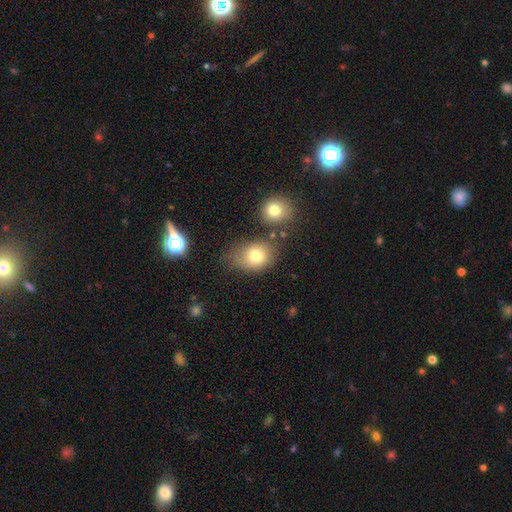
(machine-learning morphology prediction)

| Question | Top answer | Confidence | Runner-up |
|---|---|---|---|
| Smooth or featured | smooth | 78% | featured or disk (11%) |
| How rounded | in between | 60% | round (38%) |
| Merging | none | 56% | minor disturbance (23%) |